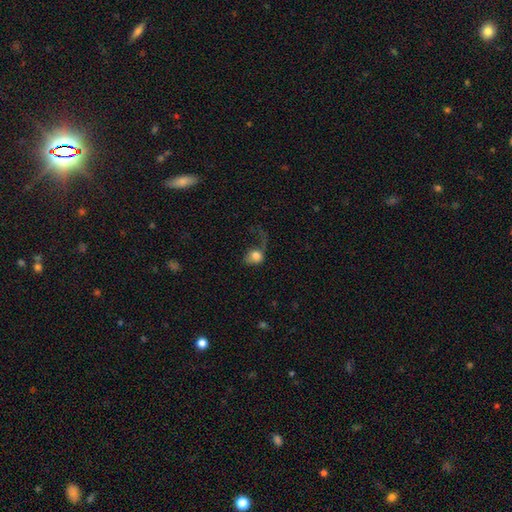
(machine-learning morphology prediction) Smooth or featured? smooth (68%)
How rounded? round (61%)
Merging? major disturbance (61%)